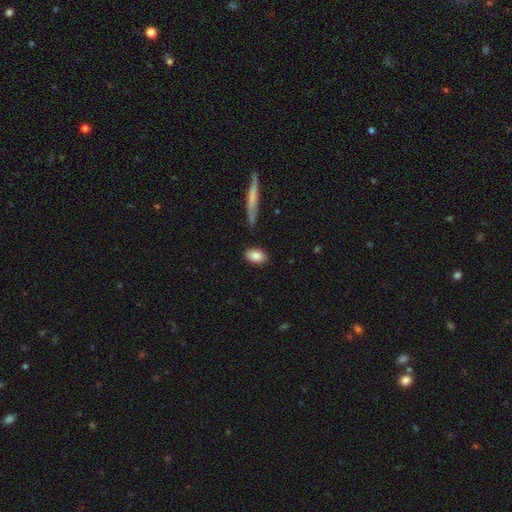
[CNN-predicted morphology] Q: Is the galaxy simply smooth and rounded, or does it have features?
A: smooth — 85%.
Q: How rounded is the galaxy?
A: in between — 90%.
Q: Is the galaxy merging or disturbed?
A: none — 86%.